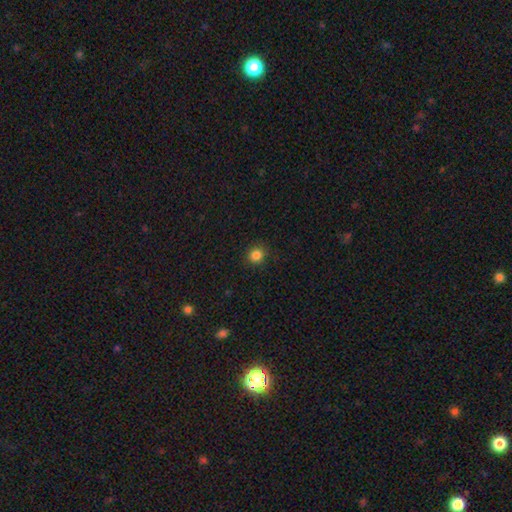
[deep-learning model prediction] smooth 84%, star or artifact 12%, featured or disk 4%. Down the decision tree: how rounded — round (88%); merging — none (90%).